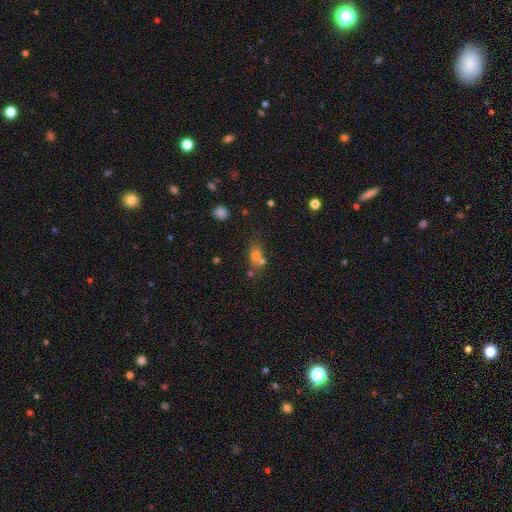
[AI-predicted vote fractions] Q: Smooth or featured?
A: smooth (67%); runner-up: star or artifact (17%)
Q: How rounded?
A: in between (55%); runner-up: round (40%)
Q: Merging?
A: none (45%); runner-up: merger (36%)